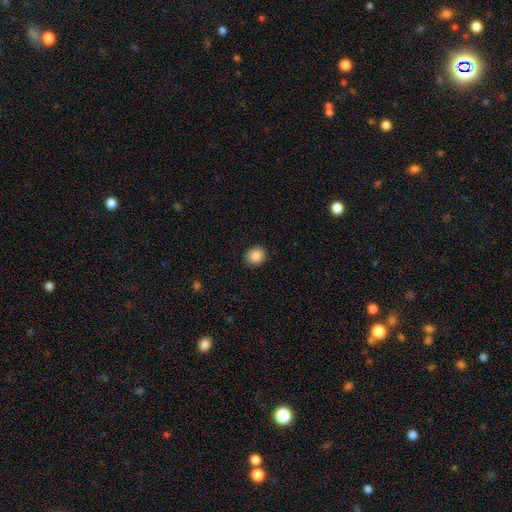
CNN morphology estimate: Smooth or featured? smooth (88%)
How rounded? round (71%)
Merging? none (90%)